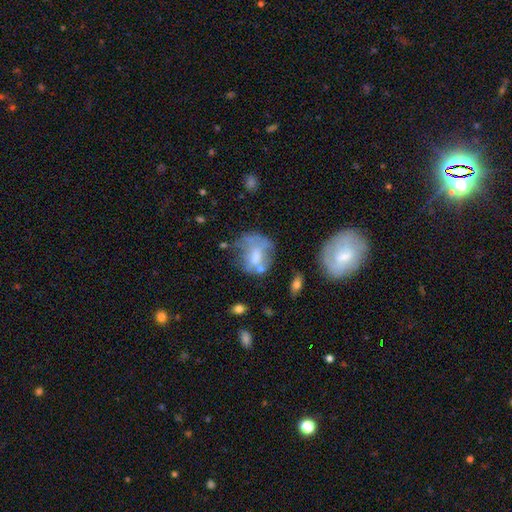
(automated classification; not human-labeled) Q: Smooth or featured?
A: smooth (46%); runner-up: featured or disk (43%)
Q: Merging?
A: none (34%); runner-up: major disturbance (29%)